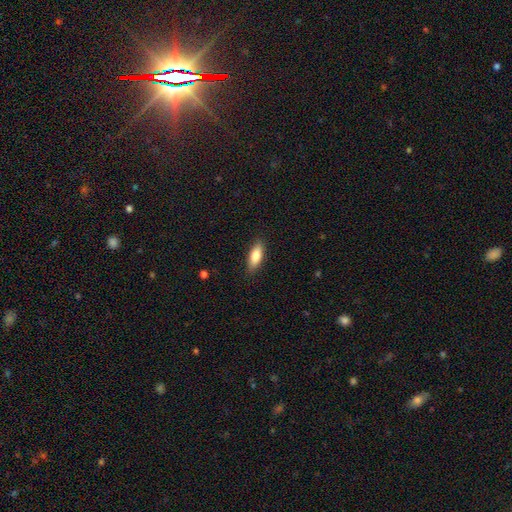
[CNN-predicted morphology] This appears to be a smooth galaxy with no disk features (80%) that is in between round and cigar-shaped (67%). Merging: none (88%).